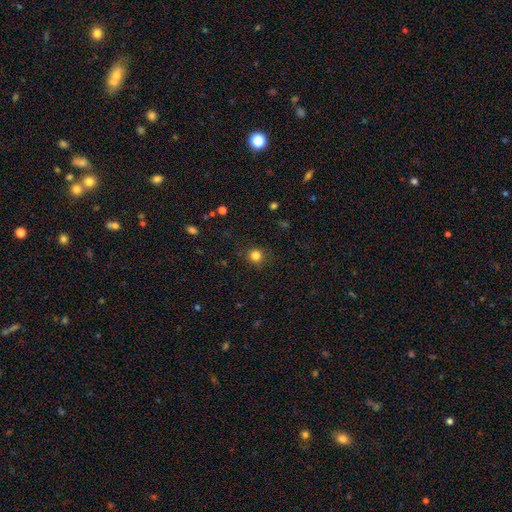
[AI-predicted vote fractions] Smooth or featured?
  - smooth: 82% *
  - star or artifact: 13%
  - featured or disk: 5%
How rounded?
  - round: 91% *
  - in between: 8%
  - cigar-shaped: 1%
Merging?
  - none: 87% *
  - minor disturbance: 9%
  - major disturbance: 3%
  - merger: 1%